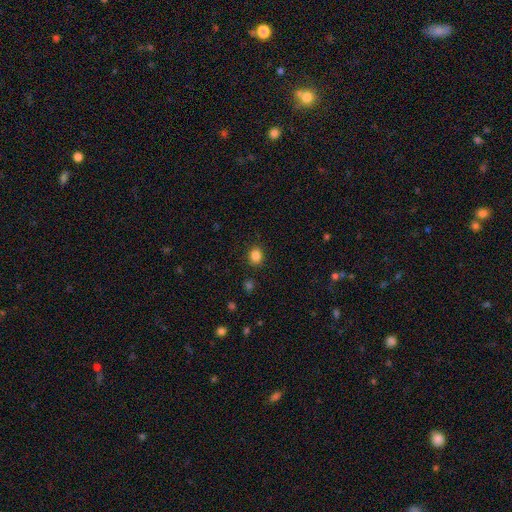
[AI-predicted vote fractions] smooth_or_featured: smooth (p=0.85) [alt: star or artifact p=0.11]
how_rounded: round (p=0.64) [alt: in between p=0.35]
merging: none (p=0.88) [alt: minor disturbance p=0.08]